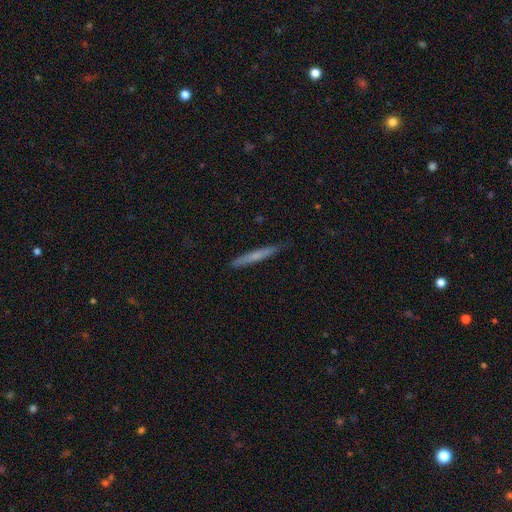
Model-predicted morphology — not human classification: smooth 56%, featured or disk 38%, star or artifact 6%. Down the decision tree: how rounded — cigar-shaped (96%); merging — none (86%).